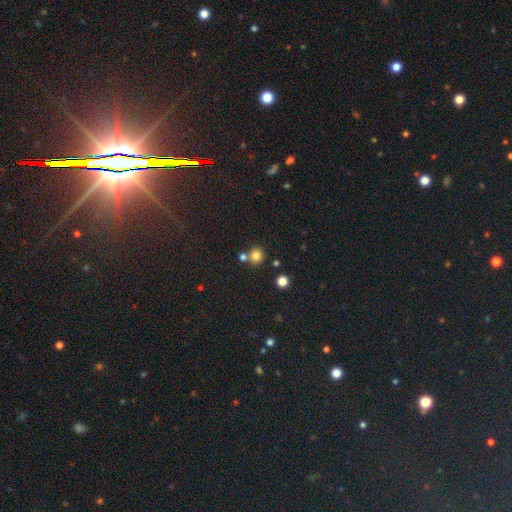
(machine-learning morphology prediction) This appears to be a smooth galaxy with no disk features (80%) that is round (85%). Merging: none (65%).